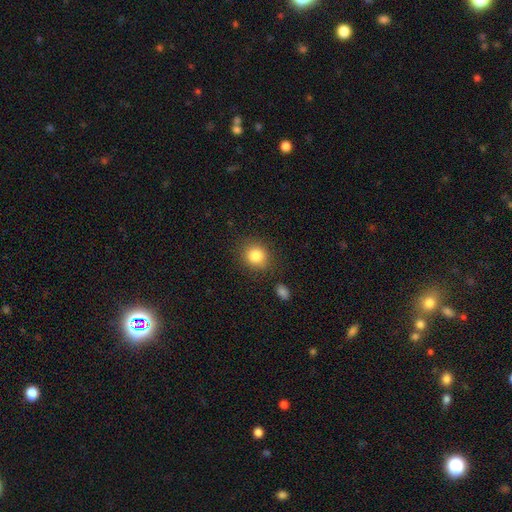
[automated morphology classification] smooth_or_featured: smooth (p=0.84) [alt: star or artifact p=0.10]
how_rounded: round (p=0.80) [alt: in between p=0.19]
merging: none (p=0.84) [alt: minor disturbance p=0.10]